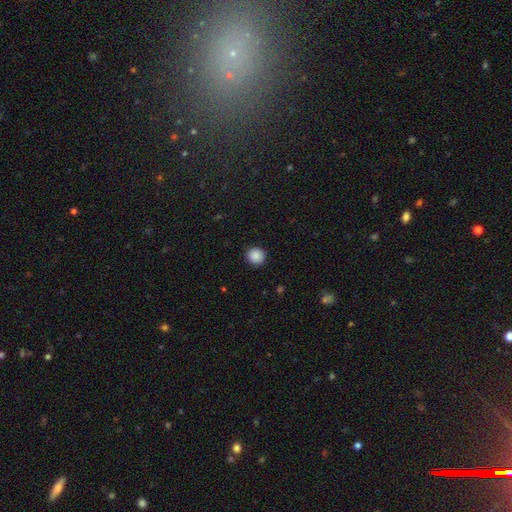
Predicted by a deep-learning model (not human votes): This appears to be a smooth galaxy with no disk features (89%) that is round (94%). Merging: none (91%).